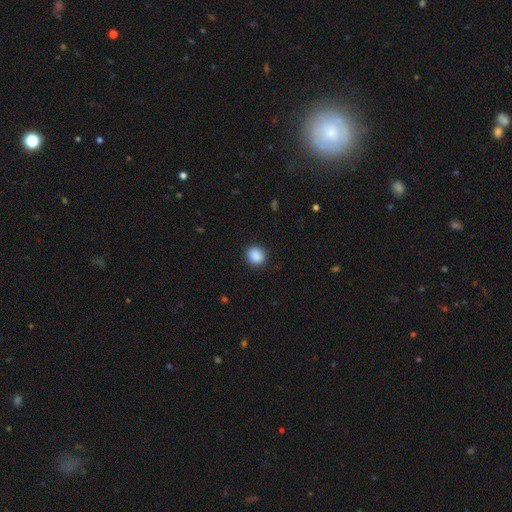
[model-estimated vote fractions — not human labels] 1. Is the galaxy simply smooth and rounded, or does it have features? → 89% smooth, 9% star or artifact, 3% featured or disk.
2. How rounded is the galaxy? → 73% round, 26% in between, 1% cigar-shaped.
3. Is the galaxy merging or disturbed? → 89% none, 8% minor disturbance, 2% major disturbance, 1% merger.